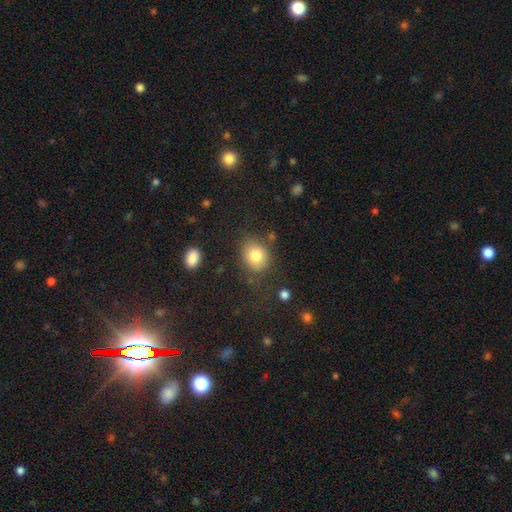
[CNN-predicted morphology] Overall: smooth (81%). How rounded: round (56%; in between 43%). Merging: none (75%).